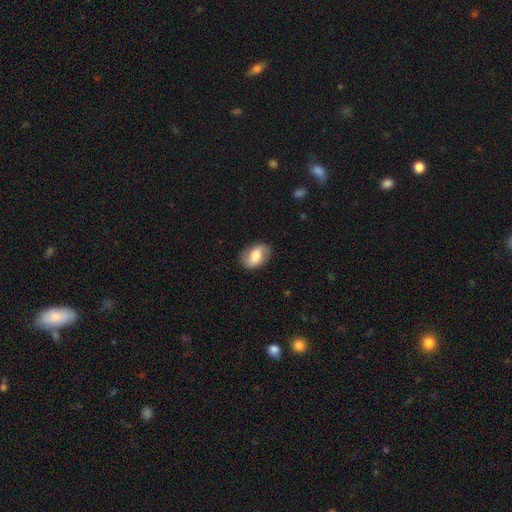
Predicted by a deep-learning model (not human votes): Overall: smooth (54%; featured or disk 39%). How rounded: in between (84%). Merging: none (81%).